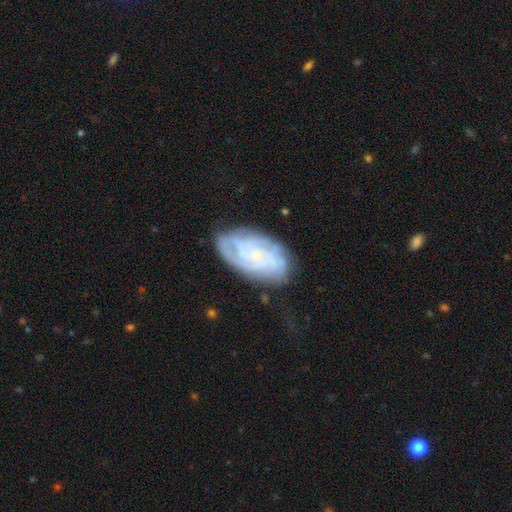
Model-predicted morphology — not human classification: This is likely a featured or disk galaxy (76%). It is clearly not viewed edge-on (96%). Bar: likely no (69%). Spiral arm pattern: clearly yes (92%). Spiral arm count: marginally can't tell (40%). Spiral winding: likely tight (70%). Central bulge: likely small (75%). Merging: likely none (73%).